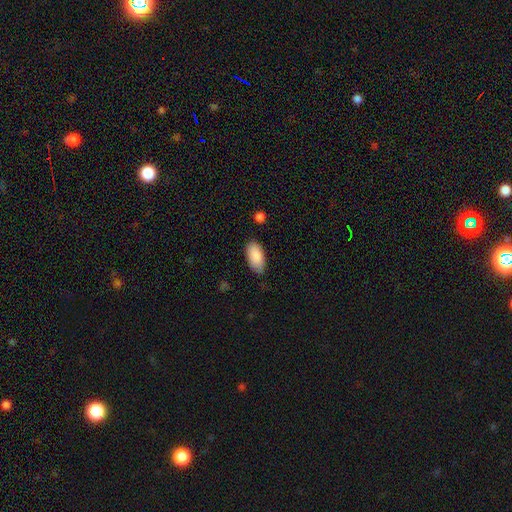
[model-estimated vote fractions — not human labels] A smooth galaxy with no disk features (89%) that is in between round and cigar-shaped (93%).

Vote fractions:
- Smooth or featured? smooth: 89% / star or artifact: 6% / featured or disk: 5%
- How rounded? in between: 93% / cigar-shaped: 5% / round: 2%
- Merging? none: 77% / minor disturbance: 19% / major disturbance: 3% / merger: 2%